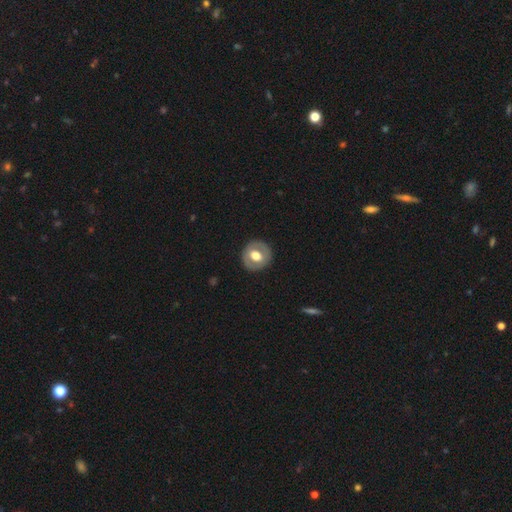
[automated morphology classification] Smooth or featured? smooth (48%)
Merging? none (87%)